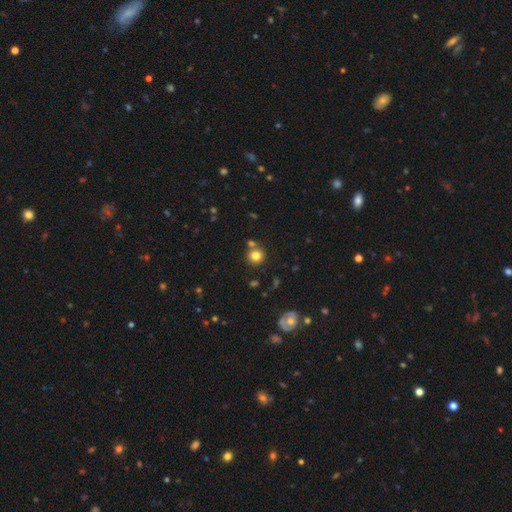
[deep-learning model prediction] Smooth or featured? Predicted: smooth (p=0.80). How rounded? Predicted: round (p=0.91). Merging? Predicted: none (p=0.73).